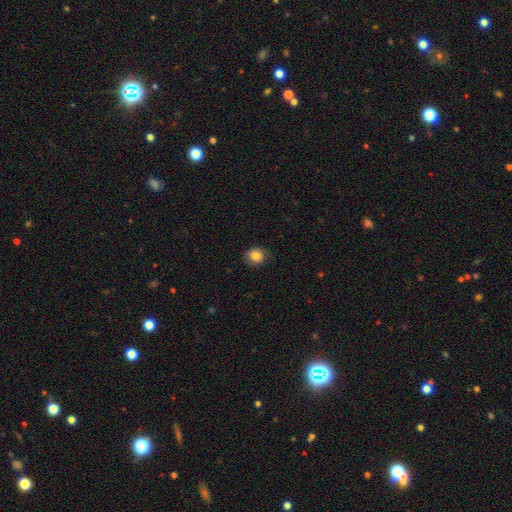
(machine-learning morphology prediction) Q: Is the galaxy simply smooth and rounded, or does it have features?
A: smooth — 83%.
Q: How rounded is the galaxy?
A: round — 76%.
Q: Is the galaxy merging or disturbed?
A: none — 76%.